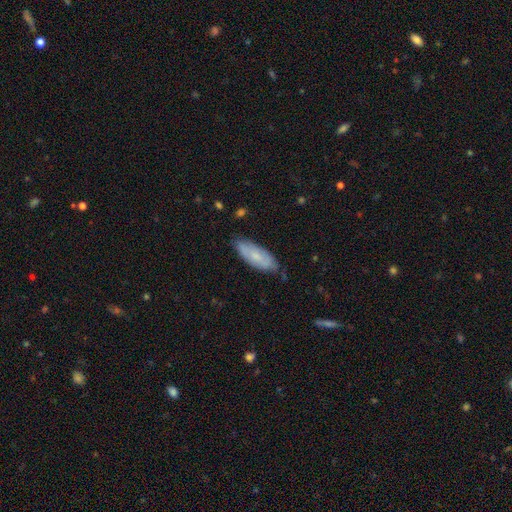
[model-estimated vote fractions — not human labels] Smooth or featured: smooth — 63% (featured or disk — 31%)
How rounded: in between — 74% (cigar-shaped — 24%)
Merging: none — 71% (minor disturbance — 24%)